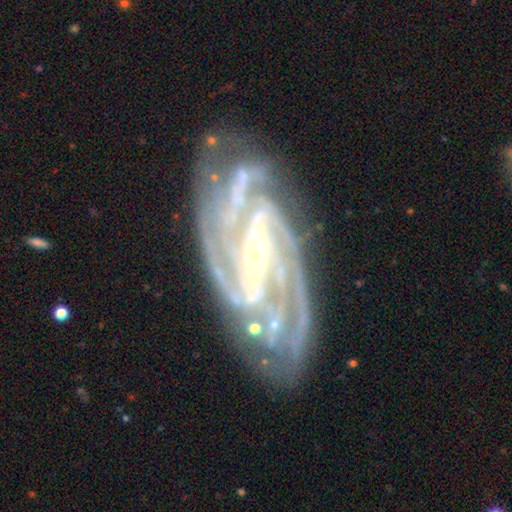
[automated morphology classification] The model was most divided on "spiral arm count": 4: 30%, 3: 24%, 2: 16%, can't tell: 13%, more than 4: 10%, 1: 7%. More confident: spiral arms — yes (98%); edge-on disk — no (96%); smooth or featured — featured or disk (92%); bulge size — small (79%); merging — none (76%); bar — strong (60%); spiral winding — tight (56%).